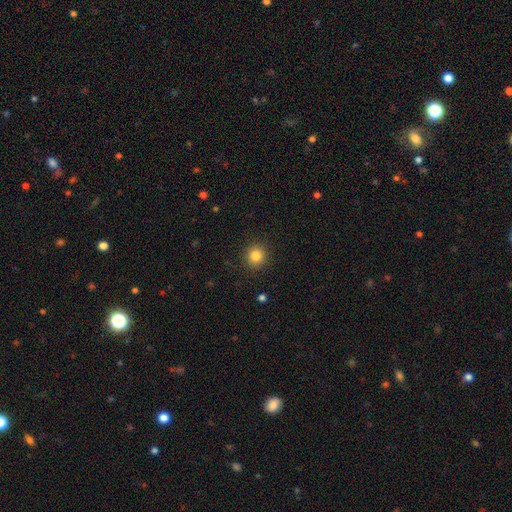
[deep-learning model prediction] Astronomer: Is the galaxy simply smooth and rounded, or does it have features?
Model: smooth — 84%.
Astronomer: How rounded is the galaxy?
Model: round — 90%.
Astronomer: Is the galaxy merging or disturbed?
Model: none — 90%.